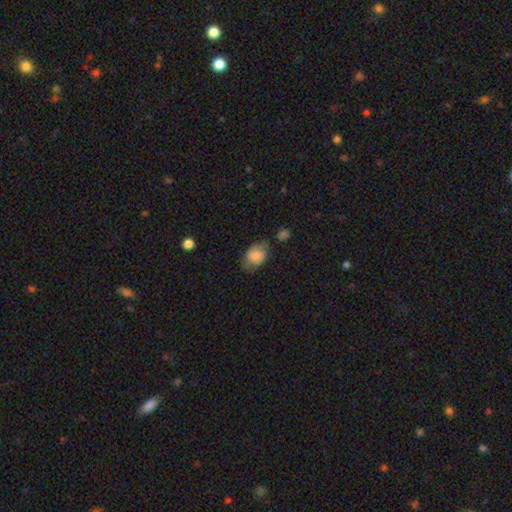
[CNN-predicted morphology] type=smooth (80%); roundness=in between (77%); merging=none (58%).